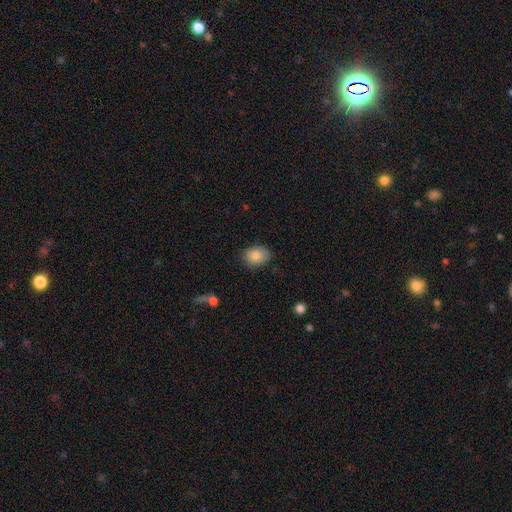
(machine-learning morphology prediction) Q: Smooth or featured?
A: smooth (85%); runner-up: star or artifact (8%)
Q: How rounded?
A: in between (61%); runner-up: round (38%)
Q: Merging?
A: none (81%); runner-up: minor disturbance (14%)